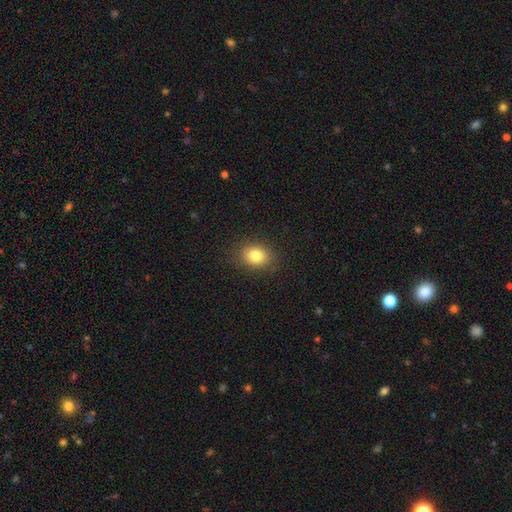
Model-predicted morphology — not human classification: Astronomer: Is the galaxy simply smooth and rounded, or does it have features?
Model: smooth — 83%.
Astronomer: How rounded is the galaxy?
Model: in between — 63%.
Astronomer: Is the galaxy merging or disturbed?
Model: none — 86%.